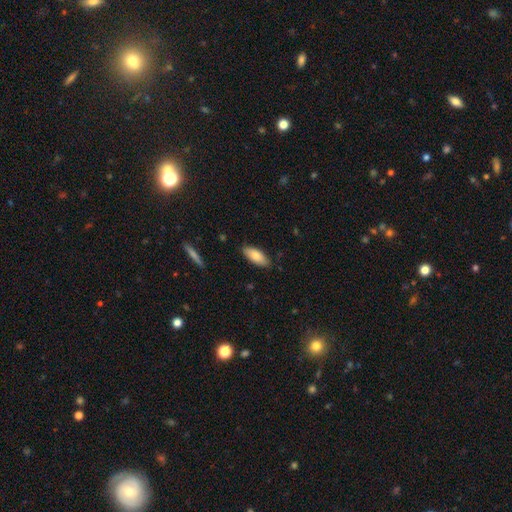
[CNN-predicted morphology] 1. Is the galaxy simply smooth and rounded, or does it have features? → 80% smooth, 14% featured or disk, 6% star or artifact.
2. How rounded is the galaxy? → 81% in between, 17% cigar-shaped, 2% round.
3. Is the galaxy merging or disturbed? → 85% none, 11% minor disturbance, 2% major disturbance, 1% merger.